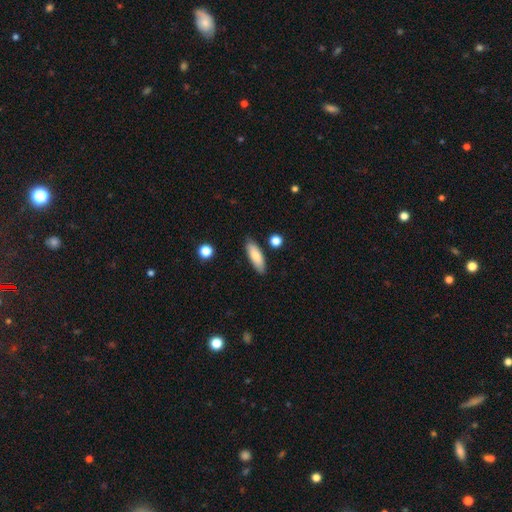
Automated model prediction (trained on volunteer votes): Q: Smooth or featured?
A: smooth (80%); runner-up: featured or disk (13%)
Q: How rounded?
A: in between (57%); runner-up: cigar-shaped (40%)
Q: Merging?
A: none (84%); runner-up: minor disturbance (11%)